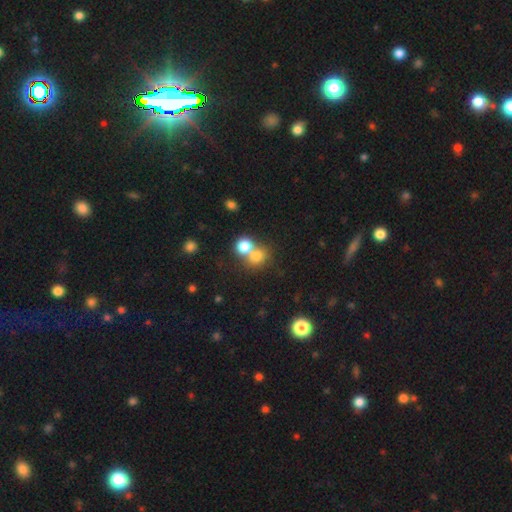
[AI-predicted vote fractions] Smooth or featured? Predicted: smooth (p=0.75). How rounded? Predicted: round (p=0.79). Merging? Predicted: merger (p=0.54).